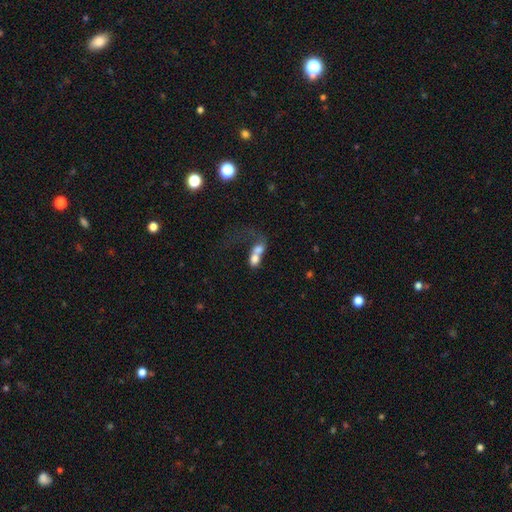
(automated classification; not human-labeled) A smooth galaxy with no disk features (64%) that is in between round and cigar-shaped (63%).

Vote fractions:
- Smooth or featured? smooth: 64% / featured or disk: 26% / star or artifact: 10%
- How rounded? in between: 63% / round: 33% / cigar-shaped: 4%
- Merging? merger: 75% / major disturbance: 11% / none: 10% / minor disturbance: 4%